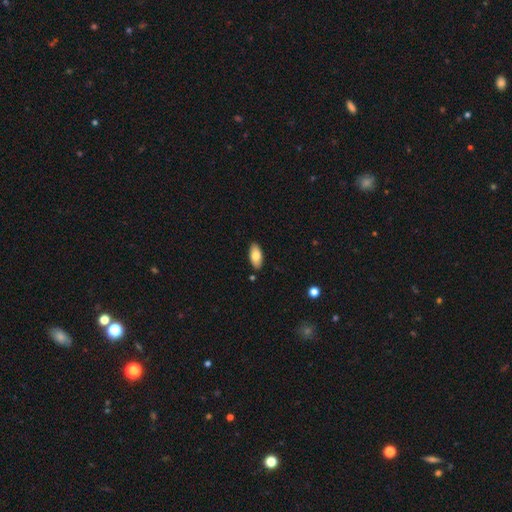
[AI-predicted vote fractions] A smooth galaxy with no disk features (79%) that is in between round and cigar-shaped (90%).

Vote fractions:
- Smooth or featured? smooth: 79% / featured or disk: 14% / star or artifact: 6%
- How rounded? in between: 90% / cigar-shaped: 8% / round: 2%
- Merging? none: 88% / minor disturbance: 9% / major disturbance: 2% / merger: 2%